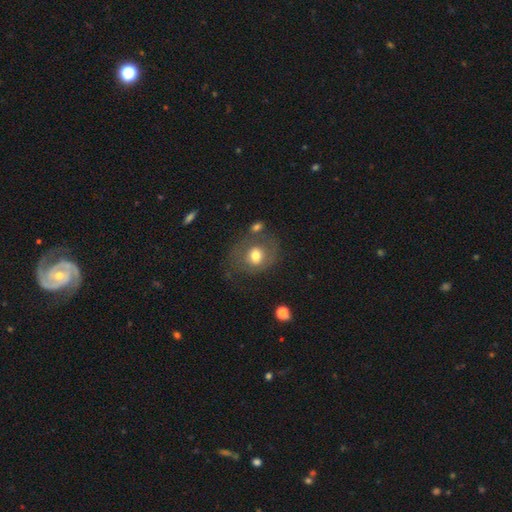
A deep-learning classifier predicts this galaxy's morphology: A smooth galaxy with no disk features (60%) that is round (62%).

Vote fractions:
- Smooth or featured? smooth: 60% / featured or disk: 31% / star or artifact: 9%
- How rounded? round: 62% / in between: 37% / cigar-shaped: 1%
- Merging? none: 51% / minor disturbance: 21% / major disturbance: 17% / merger: 10%